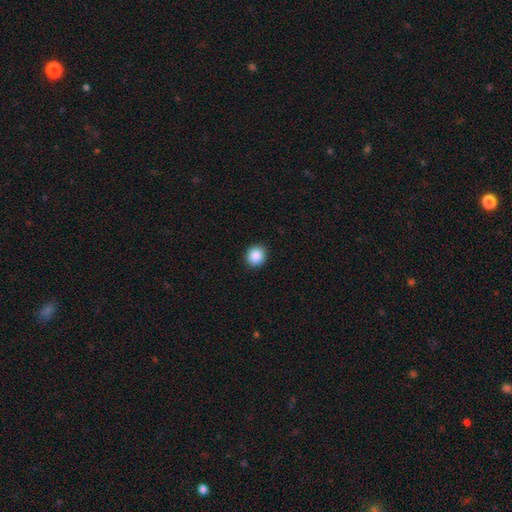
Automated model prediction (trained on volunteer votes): Morphology: type=smooth (89%); roundness=round (89%); merging=none (92%).